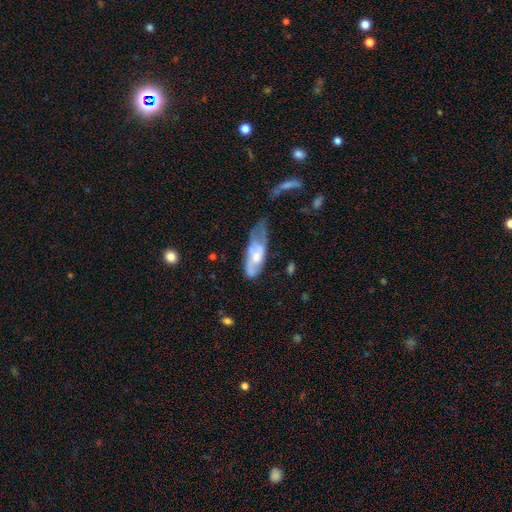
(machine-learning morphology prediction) The model was most divided on "smooth or featured": featured or disk: 49%, smooth: 44%, star or artifact: 7%. Remaining: merging — minor disturbance (37%).